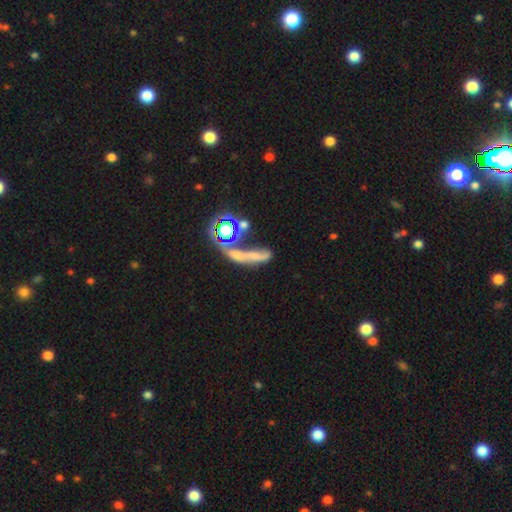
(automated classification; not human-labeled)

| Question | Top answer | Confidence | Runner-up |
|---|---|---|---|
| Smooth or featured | smooth | 43% | featured or disk (30%) |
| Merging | merger | 49% | none (21%) |